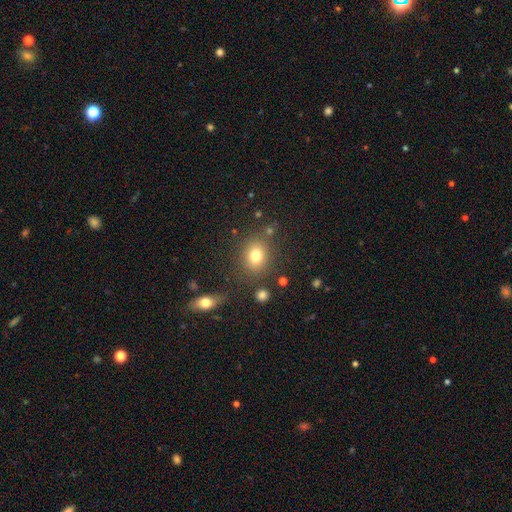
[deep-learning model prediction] A smooth galaxy with no disk features (77%) that is round (62%).

Vote fractions:
- Smooth or featured? smooth: 77% / star or artifact: 14% / featured or disk: 10%
- How rounded? round: 62% / in between: 37% / cigar-shaped: 1%
- Merging? none: 79% / minor disturbance: 11% / merger: 5% / major disturbance: 5%